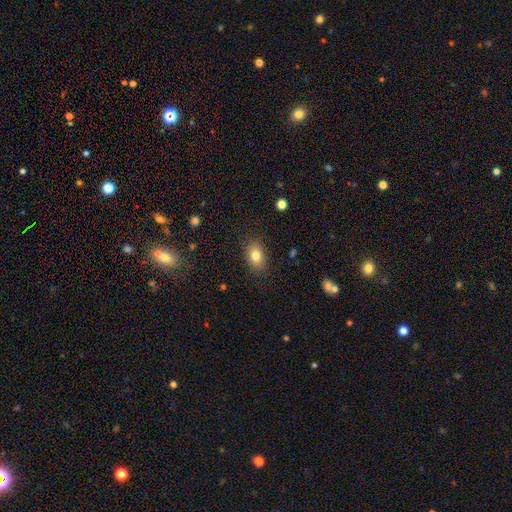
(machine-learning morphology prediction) A smooth galaxy with no disk features (80%) that is in between round and cigar-shaped (81%).

Vote fractions:
- Smooth or featured? smooth: 80% / featured or disk: 10% / star or artifact: 9%
- How rounded? in between: 81% / round: 18% / cigar-shaped: 2%
- Merging? none: 86% / minor disturbance: 11% / major disturbance: 3% / merger: 1%